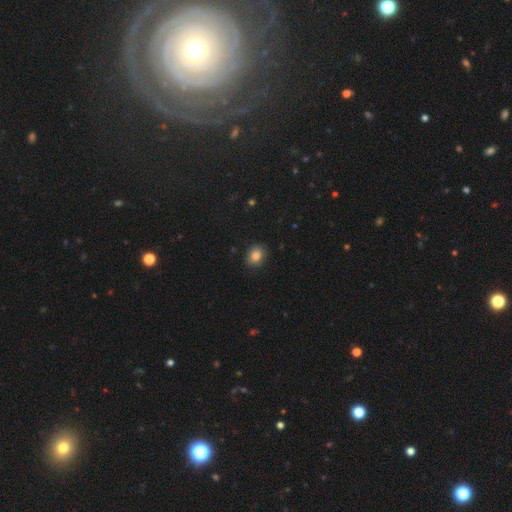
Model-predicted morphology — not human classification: Smooth or featured? Predicted: smooth (p=0.85). How rounded? Predicted: round (p=0.56). Merging? Predicted: none (p=0.86).